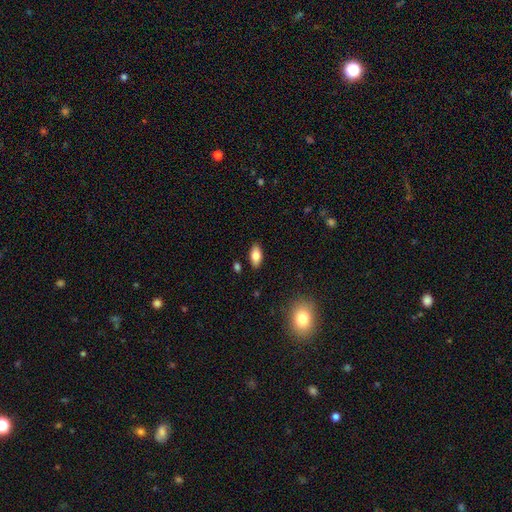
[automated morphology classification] smooth-or-featured: smooth: 81% | featured or disk: 12% | star or artifact: 7%
  how-rounded: in between: 90% | cigar-shaped: 7% | round: 3%
  merging: none: 87% | minor disturbance: 9% | major disturbance: 2% | merger: 2%